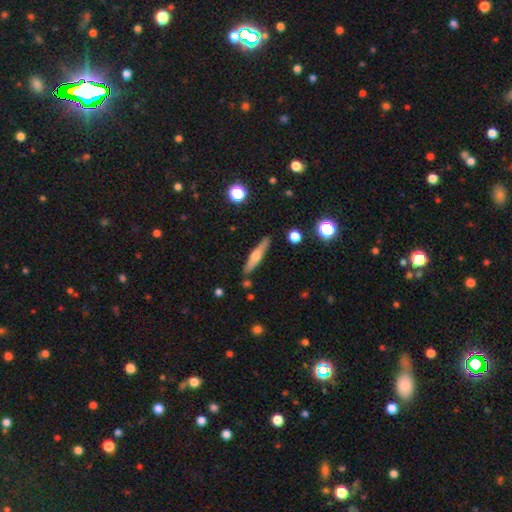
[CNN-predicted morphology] smooth-or-featured: featured or disk: 56% | smooth: 38% | star or artifact: 6%
  disk-edge-on: yes: 95% | no: 5%
    edge-on-bulge: rounded: 90% | boxy: 6% | none: 5%
  merging: none: 87% | minor disturbance: 9% | merger: 3% | major disturbance: 2%